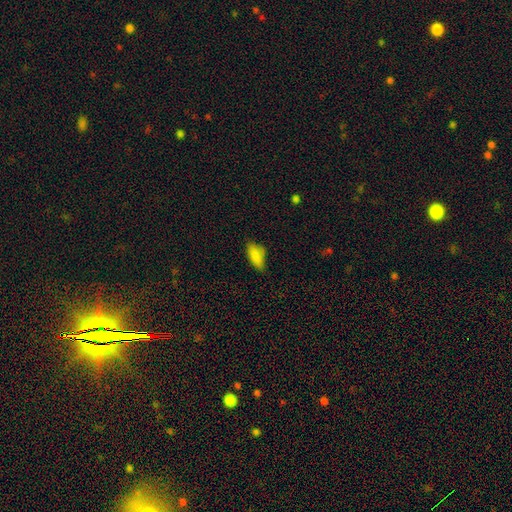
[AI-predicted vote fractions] Smooth or featured?
  - smooth: 85% *
  - star or artifact: 8%
  - featured or disk: 7%
How rounded?
  - in between: 85% *
  - cigar-shaped: 12%
  - round: 3%
Merging?
  - none: 63% *
  - minor disturbance: 29%
  - major disturbance: 6%
  - merger: 2%